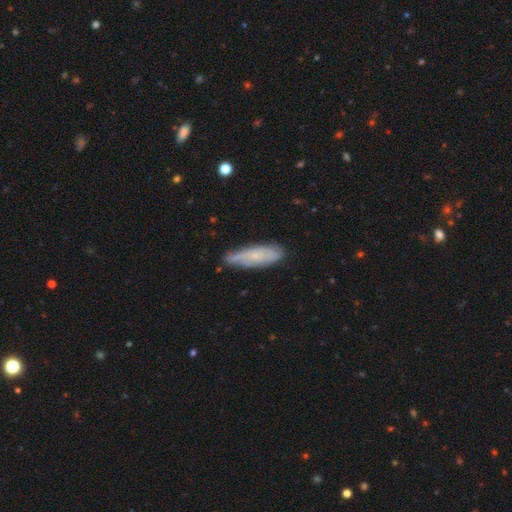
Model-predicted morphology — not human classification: The model was most divided on "smooth or featured": smooth: 50%, featured or disk: 42%, star or artifact: 8%. More confident: merging — none (71%).